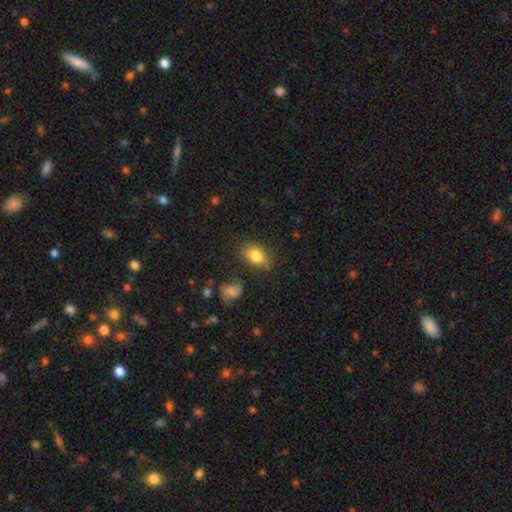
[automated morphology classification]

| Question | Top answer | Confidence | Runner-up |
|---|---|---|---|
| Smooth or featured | smooth | 81% | featured or disk (10%) |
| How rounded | in between | 84% | round (14%) |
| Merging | none | 76% | minor disturbance (17%) |